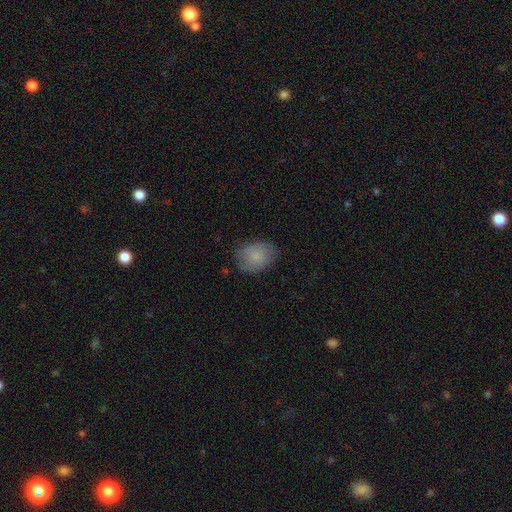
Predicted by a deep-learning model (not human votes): Smooth or featured? Predicted: smooth (p=0.80). How rounded? Predicted: in between (p=0.62). Merging? Predicted: none (p=0.72).